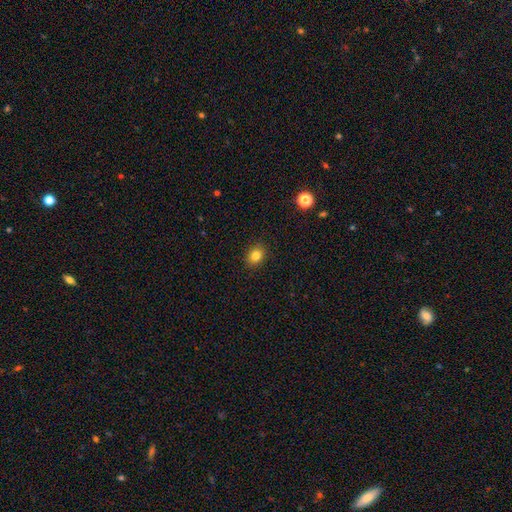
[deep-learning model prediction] smooth 82%, star or artifact 12%, featured or disk 6%. Down the decision tree: how rounded — round (54%); merging — none (90%).